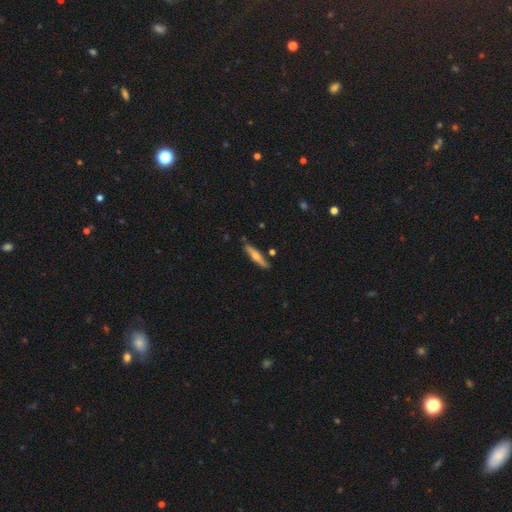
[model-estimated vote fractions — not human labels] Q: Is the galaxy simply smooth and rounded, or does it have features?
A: featured or disk — 50%.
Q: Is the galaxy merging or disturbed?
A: none — 85%.